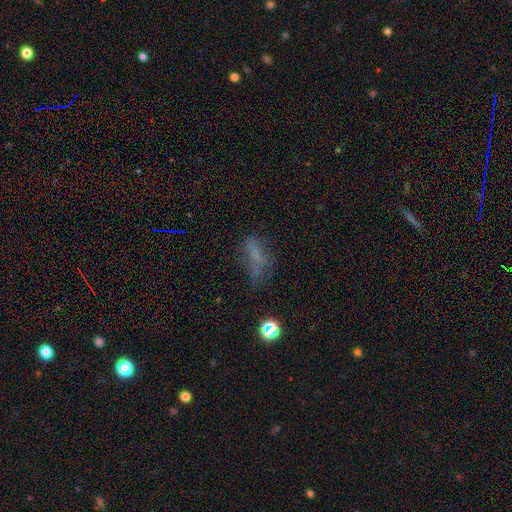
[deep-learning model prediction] The model was most divided on "merging": none: 42%, major disturbance: 28%, minor disturbance: 24%, merger: 6%. Remaining: smooth or featured — smooth (47%).